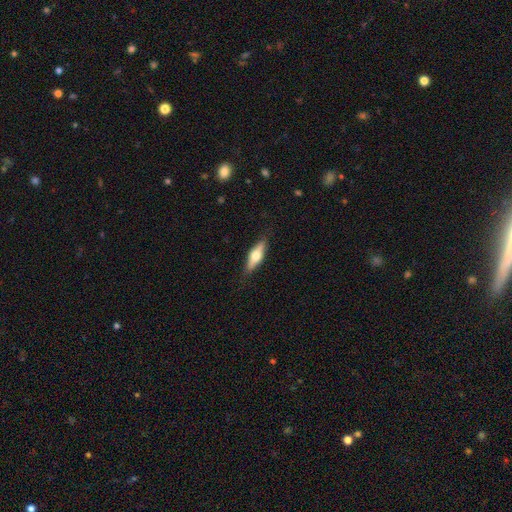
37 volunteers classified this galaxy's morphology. smooth_or_featured: featured or disk (p=0.51) [alt: smooth p=0.49]
disk_edge_on: yes (p=0.95) [alt: no p=0.05]
edge_on_bulge: rounded (p=1.00)
merging: none (p=0.92) [alt: minor disturbance p=0.05]